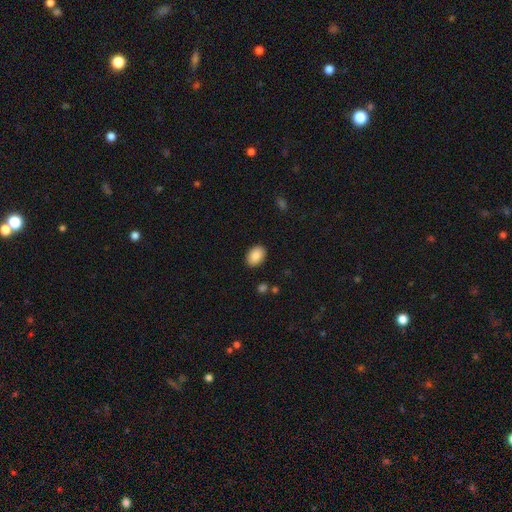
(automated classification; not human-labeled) This appears to be a smooth galaxy with no disk features (88%) that is in between round and cigar-shaped (81%). Merging: none (89%).